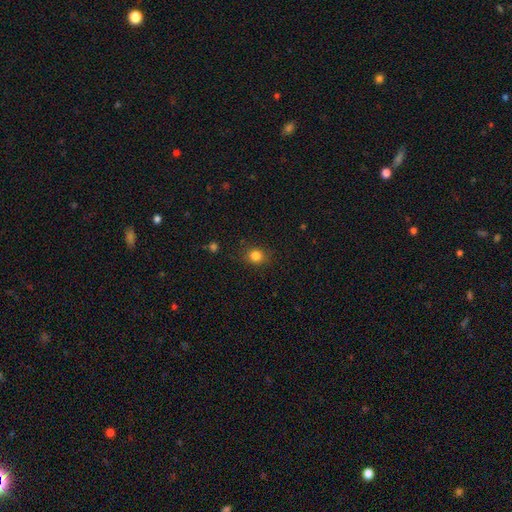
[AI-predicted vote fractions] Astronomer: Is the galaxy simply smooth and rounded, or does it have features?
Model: smooth — 83%.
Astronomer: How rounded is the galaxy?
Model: round — 79%.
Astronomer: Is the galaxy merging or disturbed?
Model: none — 84%.